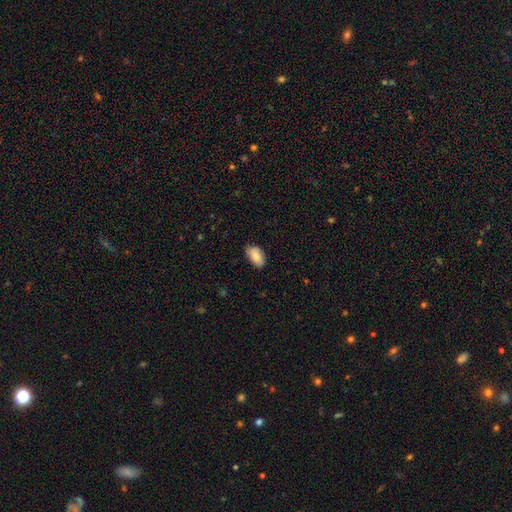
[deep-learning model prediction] Q: Smooth or featured?
A: smooth (83%); runner-up: featured or disk (10%)
Q: How rounded?
A: in between (93%); runner-up: round (5%)
Q: Merging?
A: none (76%); runner-up: minor disturbance (20%)